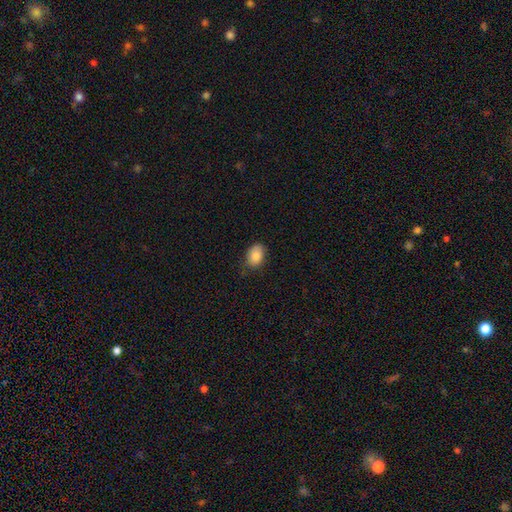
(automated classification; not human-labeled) smooth 86%, star or artifact 8%, featured or disk 6%. Down the decision tree: how rounded — in between (82%); merging — none (75%).